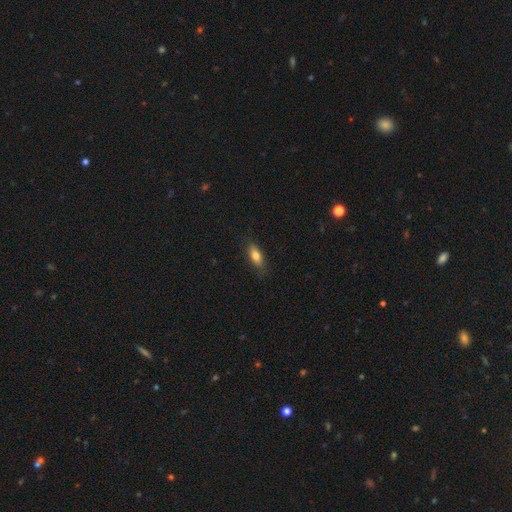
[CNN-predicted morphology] The model was most divided on "how rounded": in between: 77%, cigar-shaped: 20%, round: 3%. More confident: merging — none (80%); smooth or featured — smooth (78%).